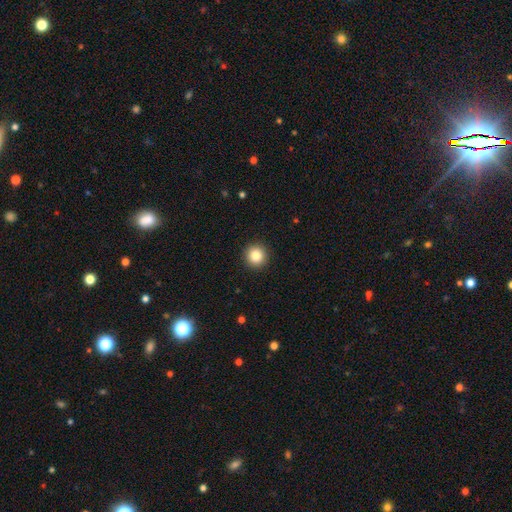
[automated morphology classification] Overall: smooth (85%). How rounded: round (95%). Merging: none (93%).